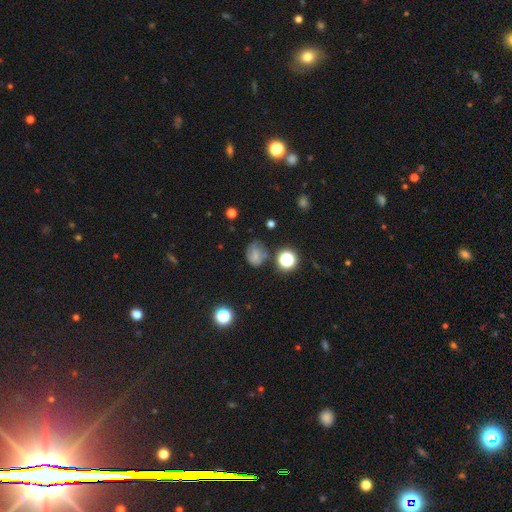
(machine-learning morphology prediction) A smooth galaxy with no disk features (58%) that is round (55%). Merging: none (57%).